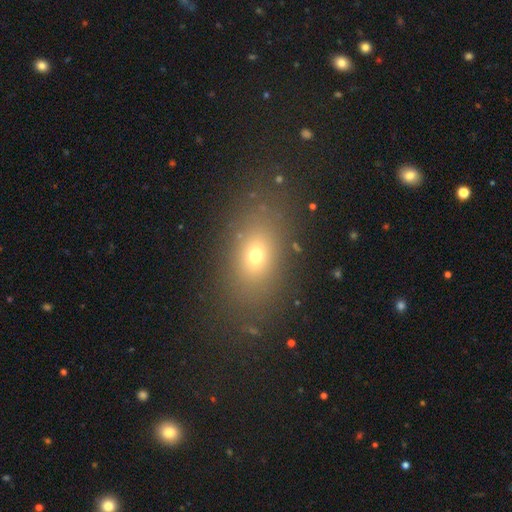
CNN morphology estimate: A smooth galaxy with no disk features (66%) that is in between round and cigar-shaped (72%).

Vote fractions:
- Smooth or featured? smooth: 66% / star or artifact: 19% / featured or disk: 14%
- How rounded? in between: 72% / round: 25% / cigar-shaped: 3%
- Merging? none: 83% / minor disturbance: 10% / major disturbance: 6% / merger: 2%